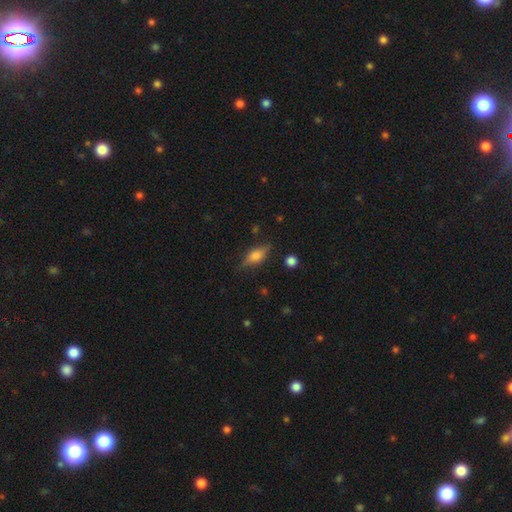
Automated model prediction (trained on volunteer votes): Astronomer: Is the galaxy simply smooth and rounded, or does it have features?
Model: smooth — 62%.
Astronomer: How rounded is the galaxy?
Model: in between — 74%.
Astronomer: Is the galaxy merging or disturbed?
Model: none — 74%.